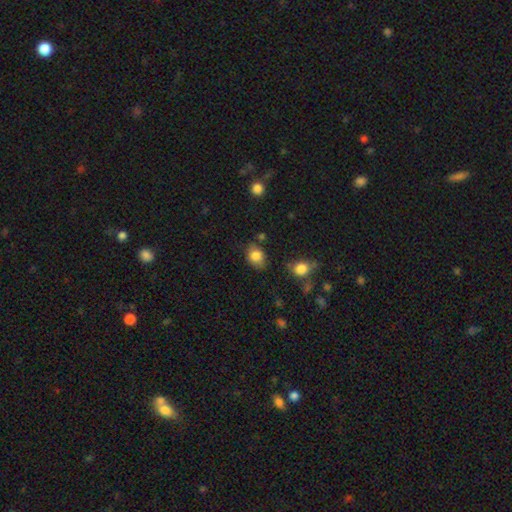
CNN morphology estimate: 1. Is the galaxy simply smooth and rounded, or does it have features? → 84% smooth, 9% star or artifact, 7% featured or disk.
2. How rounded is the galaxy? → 58% in between, 41% round, 1% cigar-shaped.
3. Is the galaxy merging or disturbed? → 71% none, 20% minor disturbance, 5% major disturbance, 4% merger.